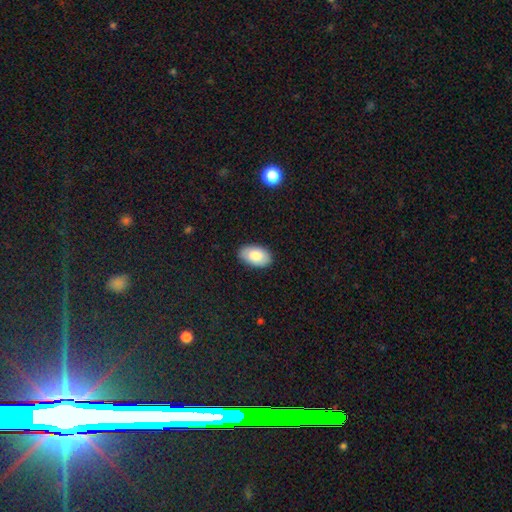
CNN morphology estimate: Smooth or featured: smooth — 82% (featured or disk — 12%)
How rounded: in between — 94% (round — 5%)
Merging: none — 87% (minor disturbance — 10%)